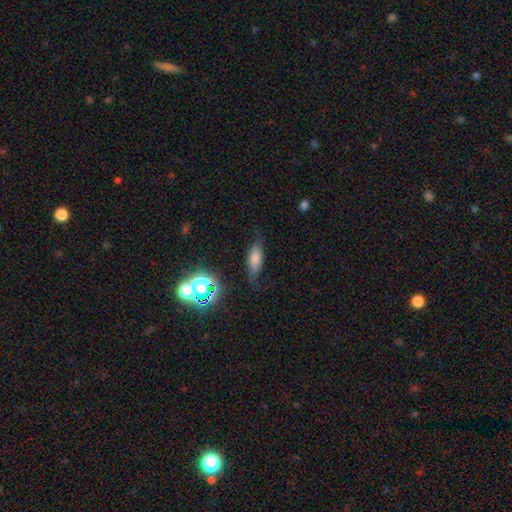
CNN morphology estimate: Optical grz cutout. It shows a smooth galaxy with no disk features (63%) that is in between round and cigar-shaped (59%). Merging: none (70%).